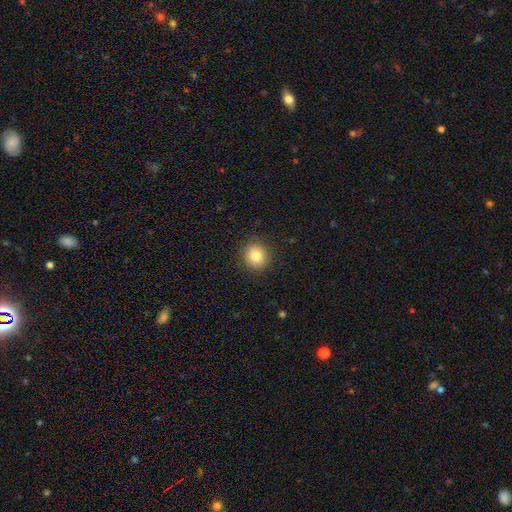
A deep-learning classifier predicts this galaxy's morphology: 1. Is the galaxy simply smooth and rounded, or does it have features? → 83% smooth, 10% star or artifact, 7% featured or disk.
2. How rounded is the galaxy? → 88% round, 11% in between, 1% cigar-shaped.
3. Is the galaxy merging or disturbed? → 90% none, 7% minor disturbance, 2% major disturbance, 1% merger.